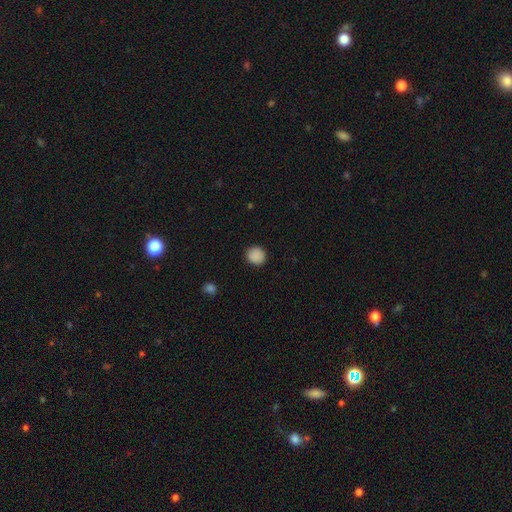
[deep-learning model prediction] The model was most divided on "smooth or featured": smooth: 88%, star or artifact: 9%, featured or disk: 3%. More confident: how rounded — round (90%); merging — none (89%).